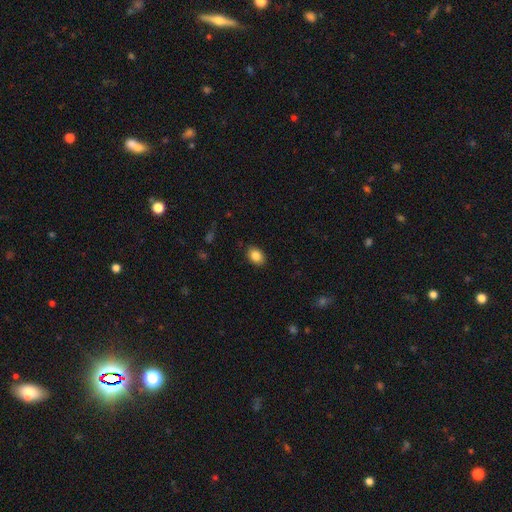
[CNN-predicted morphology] type=smooth (85%); roundness=in between (72%); merging=none (87%).